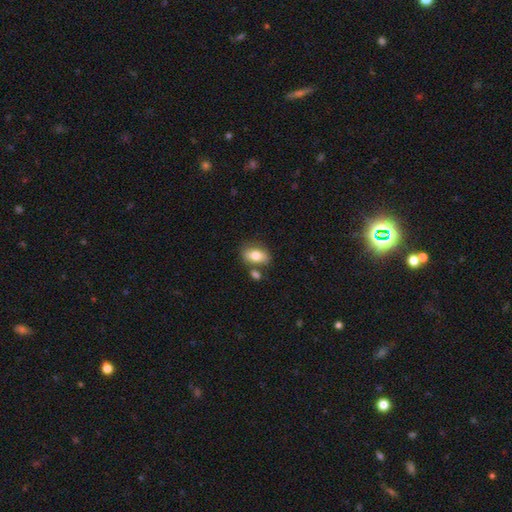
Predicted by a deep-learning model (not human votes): Smooth or featured? smooth (76%)
How rounded? in between (87%)
Merging? none (66%)